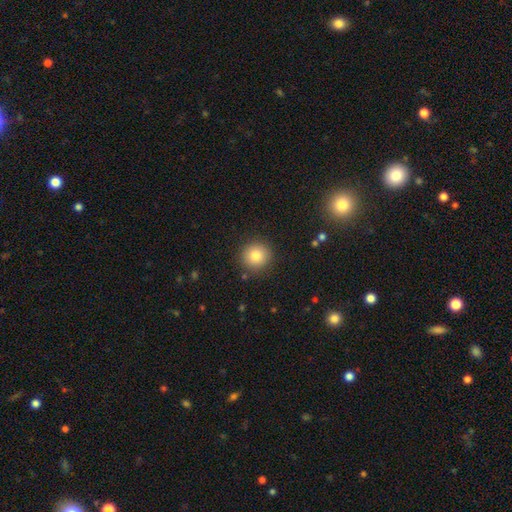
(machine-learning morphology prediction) This appears to be a smooth galaxy with no disk features (82%) that is round (92%). Merging: none (89%).